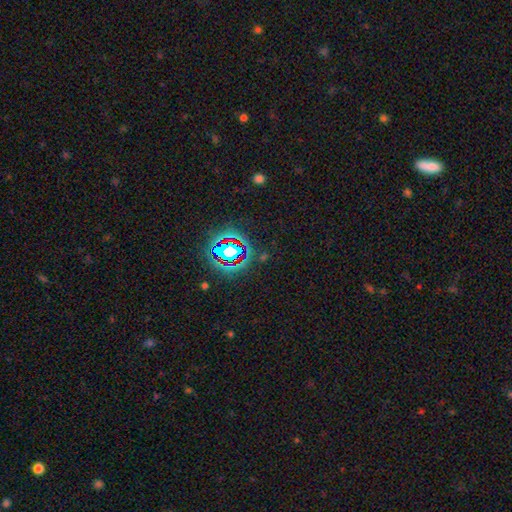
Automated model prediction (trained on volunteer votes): Smooth or featured? star or artifact (77%)